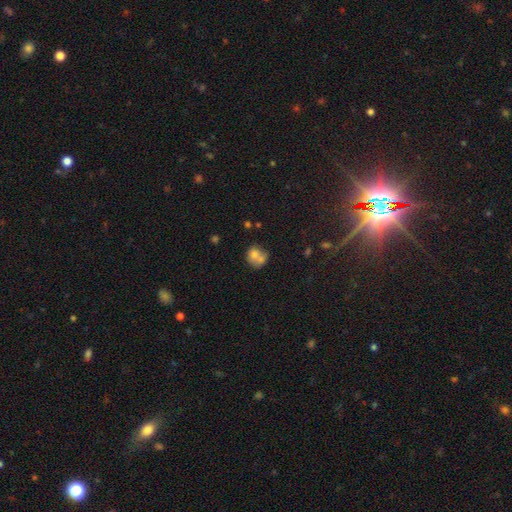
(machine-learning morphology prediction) Smooth or featured? Predicted: smooth (p=0.71). How rounded? Predicted: round (p=0.70). Merging? Predicted: merger (p=0.51).